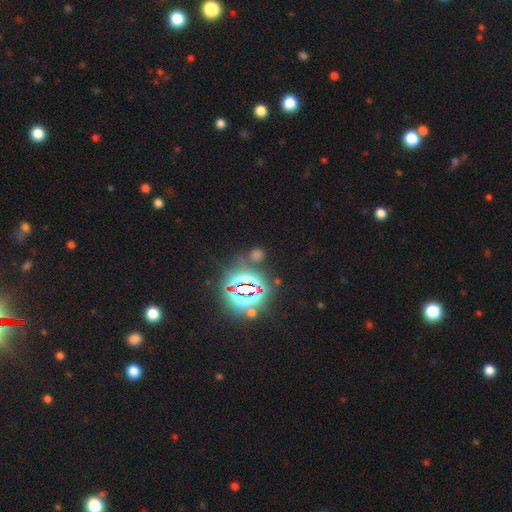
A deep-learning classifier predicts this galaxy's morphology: smooth_or_featured: star or artifact (p=0.71) [alt: smooth p=0.21]